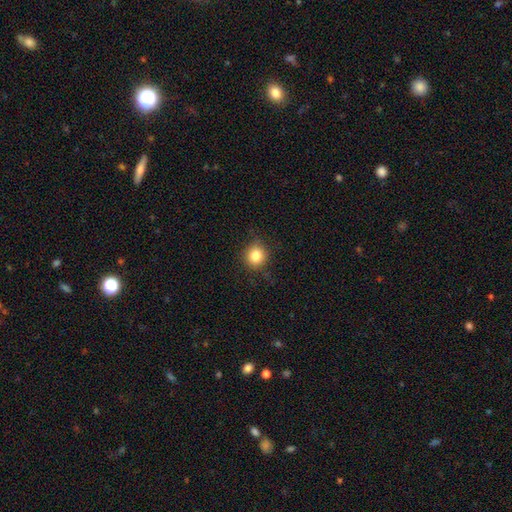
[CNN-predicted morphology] Smooth or featured?
  - smooth: 83% *
  - star or artifact: 11%
  - featured or disk: 6%
How rounded?
  - round: 90% *
  - in between: 9%
  - cigar-shaped: 1%
Merging?
  - none: 86% *
  - minor disturbance: 10%
  - major disturbance: 3%
  - merger: 1%